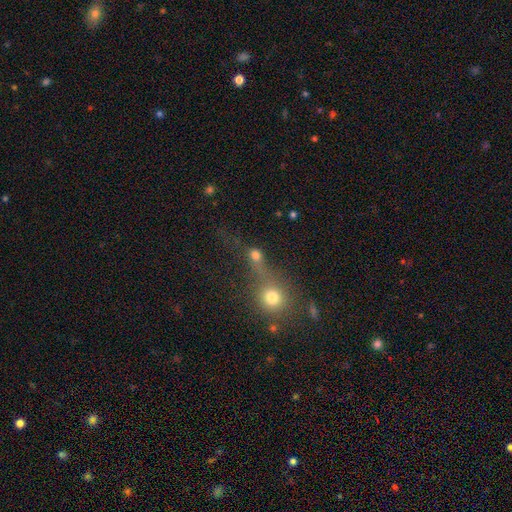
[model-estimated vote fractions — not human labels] Smooth or featured?
  - smooth: 64% *
  - star or artifact: 21%
  - featured or disk: 16%
How rounded?
  - round: 66% *
  - in between: 27%
  - cigar-shaped: 8%
Merging?
  - merger: 47% *
  - none: 32%
  - major disturbance: 12%
  - minor disturbance: 9%